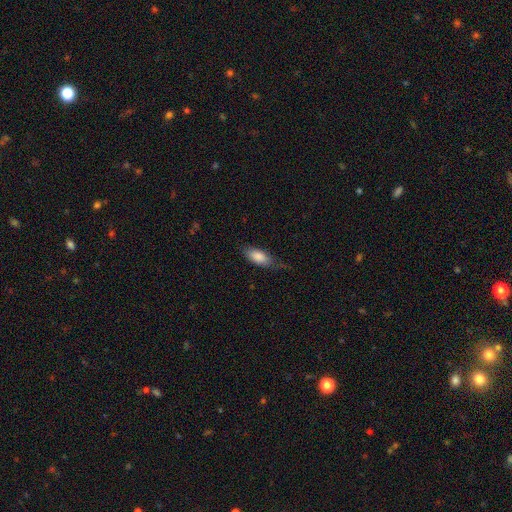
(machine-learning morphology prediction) This is clearly a smooth galaxy (82%). How rounded: clearly in between (83%). Merging: possibly none (57%).